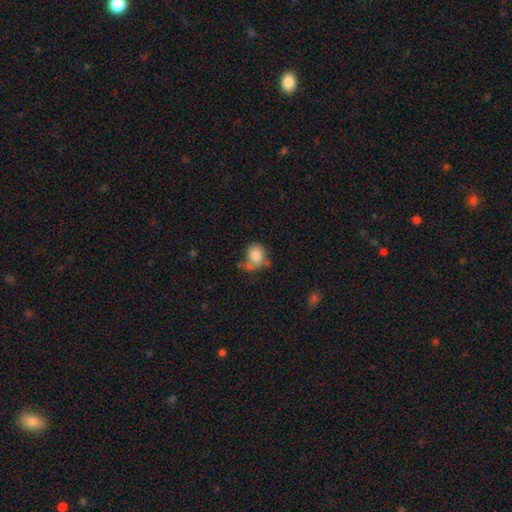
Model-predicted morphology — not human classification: Smooth or featured? Predicted: smooth (p=0.80). How rounded? Predicted: round (p=0.65). Merging? Predicted: none (p=0.41).